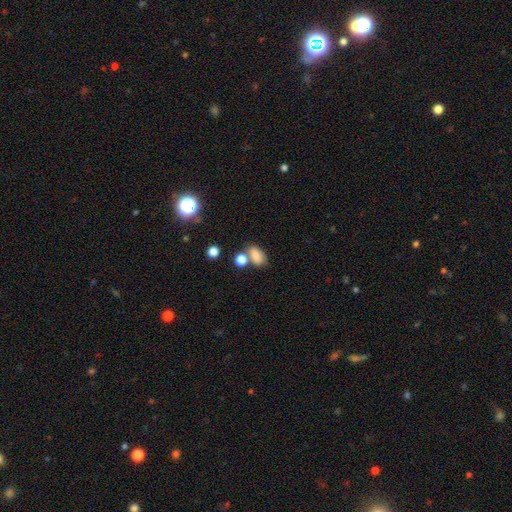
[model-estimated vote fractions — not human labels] This appears to be a smooth galaxy with no disk features (81%) that is in between round and cigar-shaped (84%). Merging: none (48%).